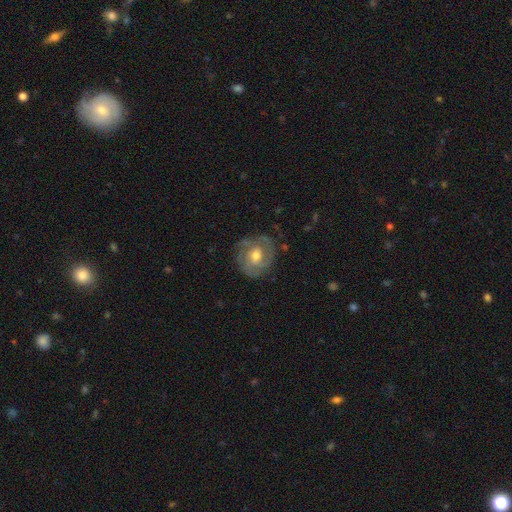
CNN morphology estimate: This is likely a featured or disk galaxy (70%). It is clearly not viewed edge-on (97%). Bar: likely no (64%). Spiral arm pattern: clearly yes (85%). Spiral arm count: marginally 2 (31%). Spiral winding: possibly tight (52%). Central bulge: likely moderate (72%). Merging: likely none (74%).